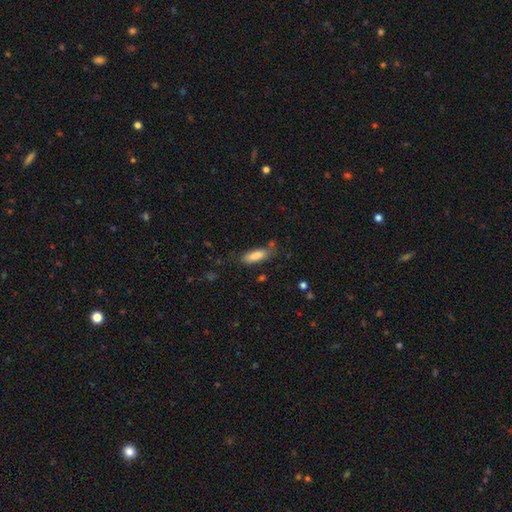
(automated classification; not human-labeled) Smooth or featured?
  - smooth: 83% *
  - featured or disk: 10%
  - star or artifact: 7%
How rounded?
  - in between: 61% *
  - cigar-shaped: 37%
  - round: 2%
Merging?
  - none: 73% *
  - minor disturbance: 18%
  - major disturbance: 5%
  - merger: 4%